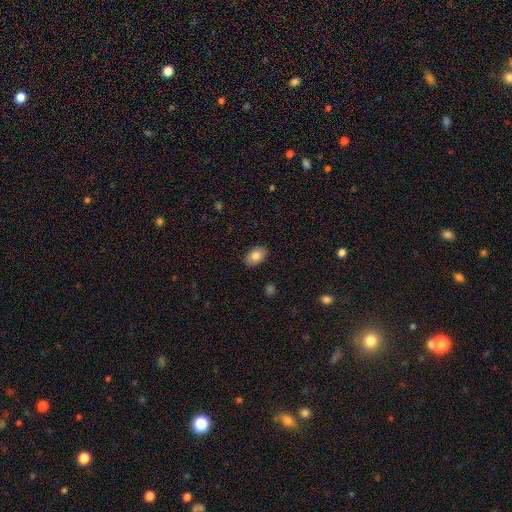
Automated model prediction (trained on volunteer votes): The model was most divided on "how rounded": in between: 86%, round: 13%, cigar-shaped: 1%. More confident: merging — none (88%); smooth or featured — smooth (83%).